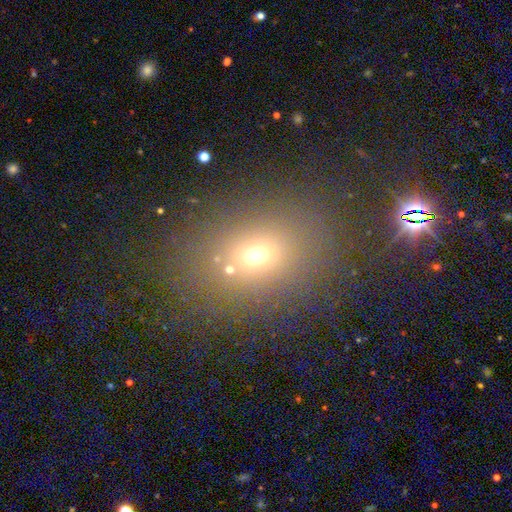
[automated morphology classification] A smooth galaxy with no disk features (59%) that is in between round and cigar-shaped (51%).

Vote fractions:
- Smooth or featured? smooth: 59% / star or artifact: 28% / featured or disk: 13%
- How rounded? in between: 51% / round: 47% / cigar-shaped: 2%
- Merging? none: 74% / minor disturbance: 12% / merger: 7% / major disturbance: 7%